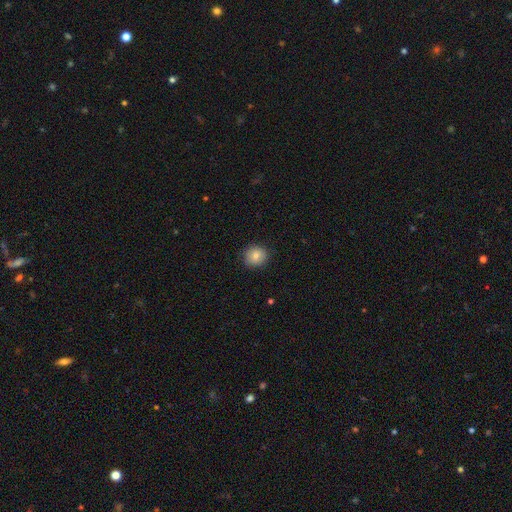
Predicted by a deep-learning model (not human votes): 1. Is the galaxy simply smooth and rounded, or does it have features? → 84% smooth, 9% star or artifact, 7% featured or disk.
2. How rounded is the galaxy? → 84% round, 15% in between, 1% cigar-shaped.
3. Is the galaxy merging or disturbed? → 86% none, 10% minor disturbance, 2% major disturbance, 1% merger.